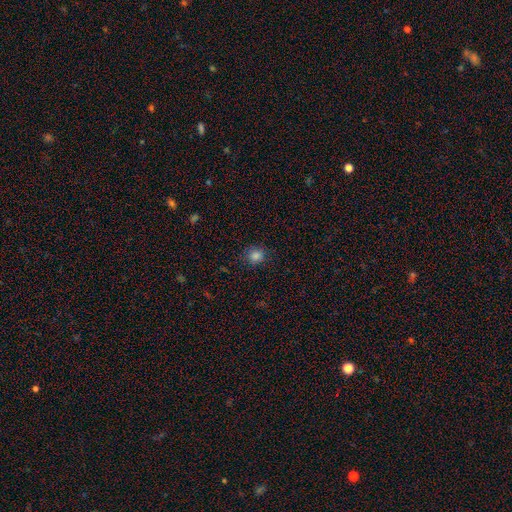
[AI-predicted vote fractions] smooth 83%, star or artifact 13%, featured or disk 4%. Down the decision tree: how rounded — round (85%); merging — none (84%).